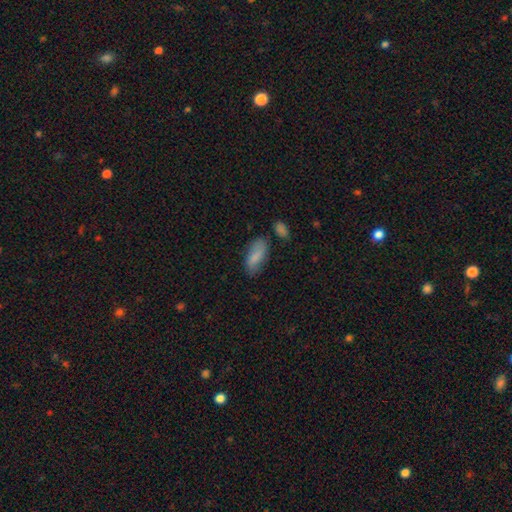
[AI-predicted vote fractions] smooth 78%, featured or disk 15%, star or artifact 7%. Down the decision tree: how rounded — in between (84%); merging — none (69%).